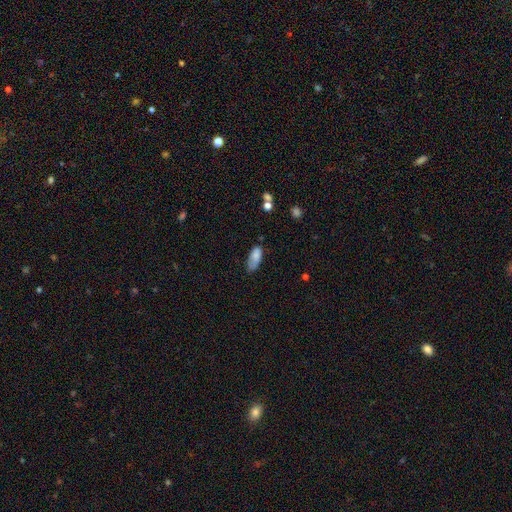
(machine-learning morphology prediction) type=smooth (80%); roundness=in between (84%); merging=none (45%).